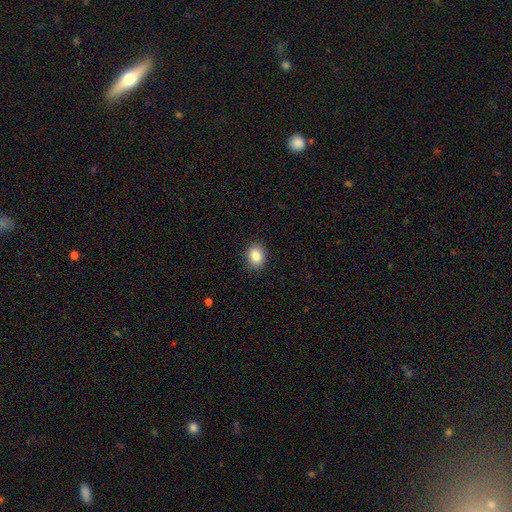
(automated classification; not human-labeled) Morphology: type=smooth (85%); roundness=round (52%); merging=none (90%).